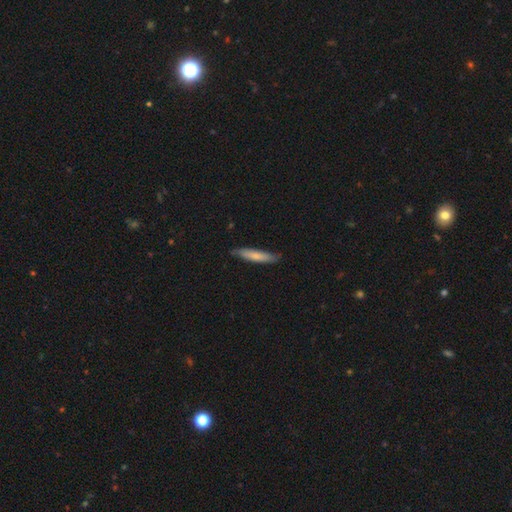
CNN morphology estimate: Overall: smooth (72%). How rounded: cigar-shaped (88%). Merging: none (83%).